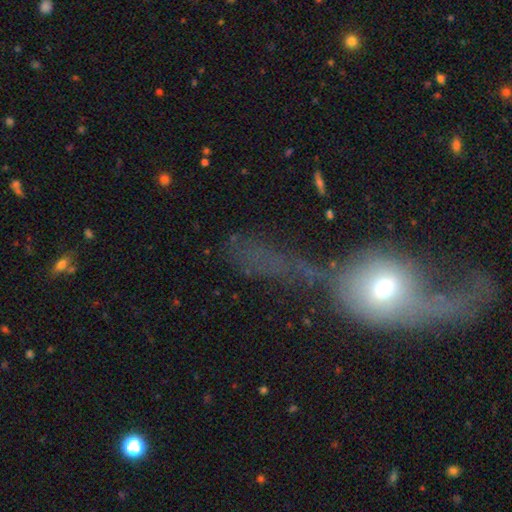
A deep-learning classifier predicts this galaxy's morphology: Q: Smooth or featured?
A: smooth (45%); runner-up: featured or disk (29%)
Q: Merging?
A: major disturbance (36%); runner-up: none (28%)